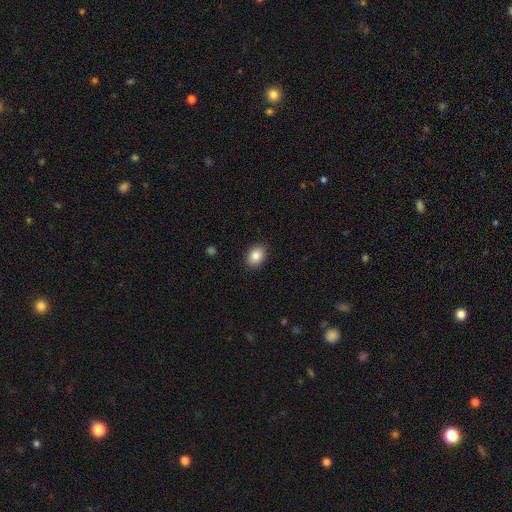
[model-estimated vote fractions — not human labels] smooth-or-featured: smooth: 86% | star or artifact: 8% | featured or disk: 6%
  how-rounded: in between: 74% | round: 25% | cigar-shaped: 1%
  merging: none: 89% | minor disturbance: 8% | major disturbance: 2% | merger: 1%